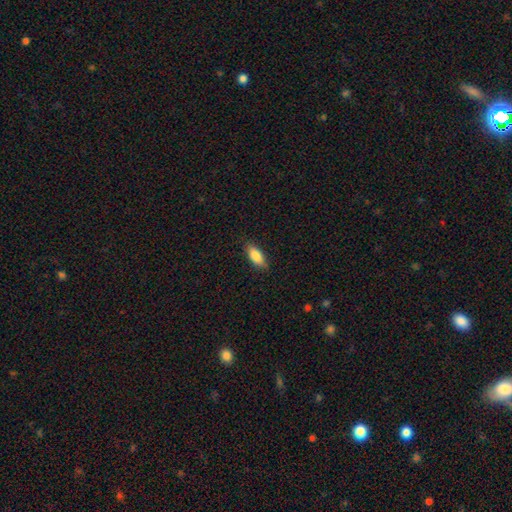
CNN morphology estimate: A smooth galaxy with no disk features (85%) that is in between round and cigar-shaped (79%). Merging: none (85%).